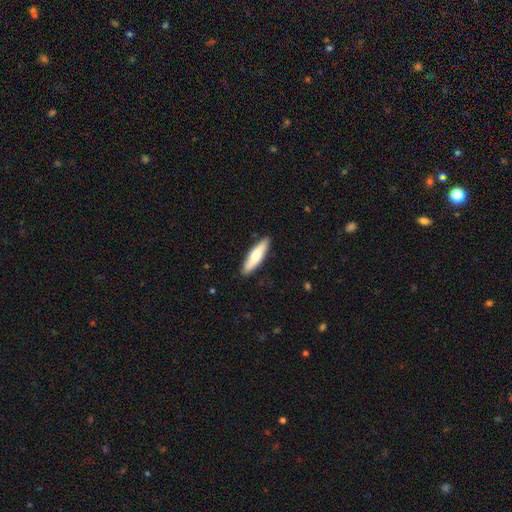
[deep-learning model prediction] Morphology: type=smooth (70%); roundness=cigar-shaped (71%); merging=none (89%).